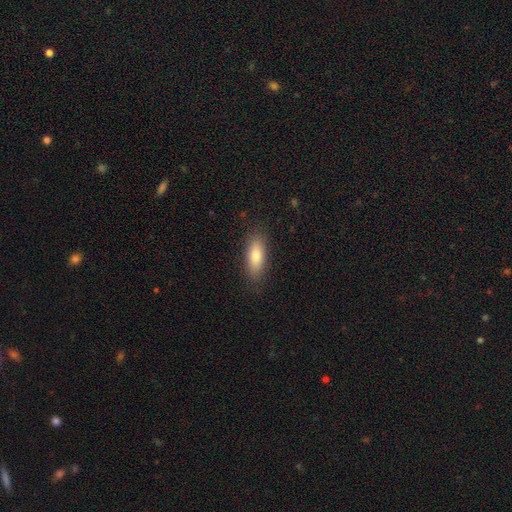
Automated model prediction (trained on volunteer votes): This appears to be a smooth galaxy with no disk features (80%) that is in between round and cigar-shaped (68%). Merging: none (85%).